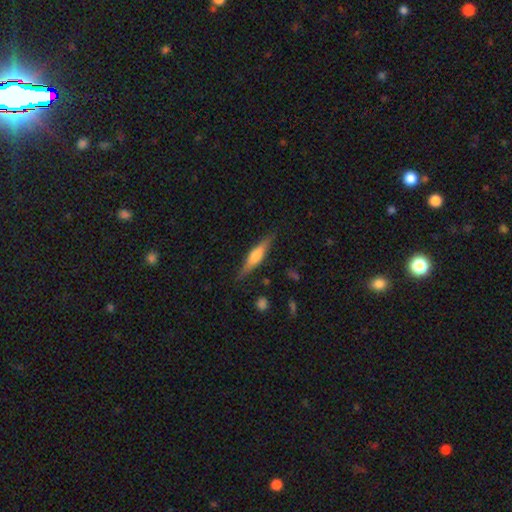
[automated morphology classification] A featured or disk galaxy (55%) viewed edge-on (96%) with a rounded central bulge (71%). Merging: none (85%).